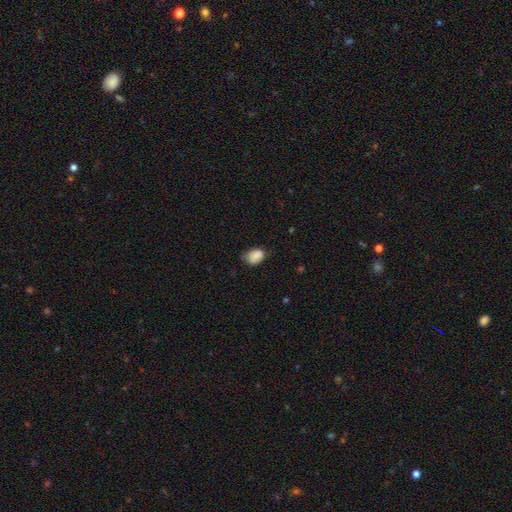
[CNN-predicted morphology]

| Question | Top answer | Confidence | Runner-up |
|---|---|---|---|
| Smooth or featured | smooth | 84% | star or artifact (9%) |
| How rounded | in between | 72% | round (27%) |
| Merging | none | 54% | minor disturbance (36%) |